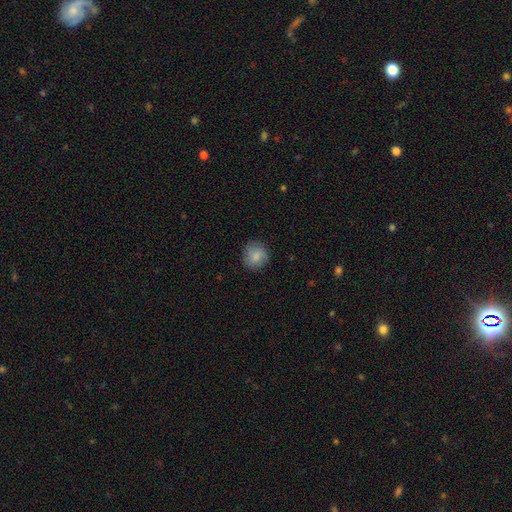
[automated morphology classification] This is clearly a smooth galaxy (82%). How rounded: clearly round (87%). Merging: clearly none (82%).